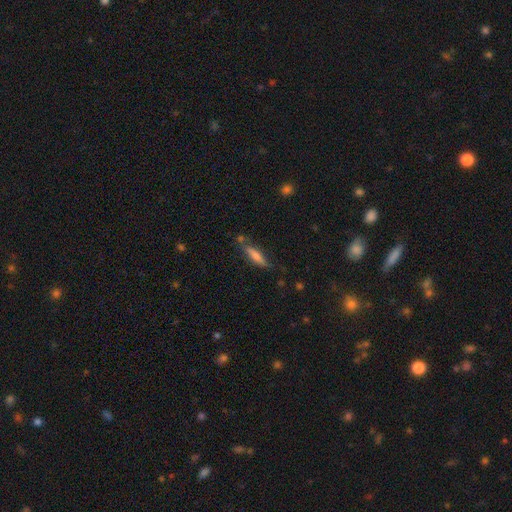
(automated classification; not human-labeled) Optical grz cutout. It shows a smooth galaxy with no disk features (67%) that is cigar-shaped (76%). Merging: none (67%).